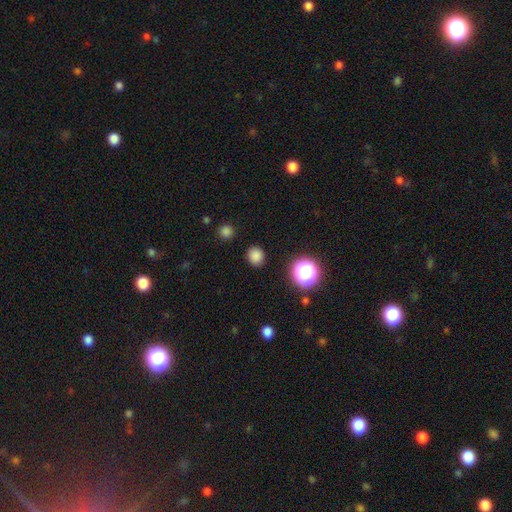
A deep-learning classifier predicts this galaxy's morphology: A smooth galaxy with no disk features (82%) that is round (83%).

Vote fractions:
- Smooth or featured? smooth: 82% / star or artifact: 14% / featured or disk: 4%
- How rounded? round: 83% / in between: 16% / cigar-shaped: 1%
- Merging? none: 89% / minor disturbance: 7% / major disturbance: 2% / merger: 2%